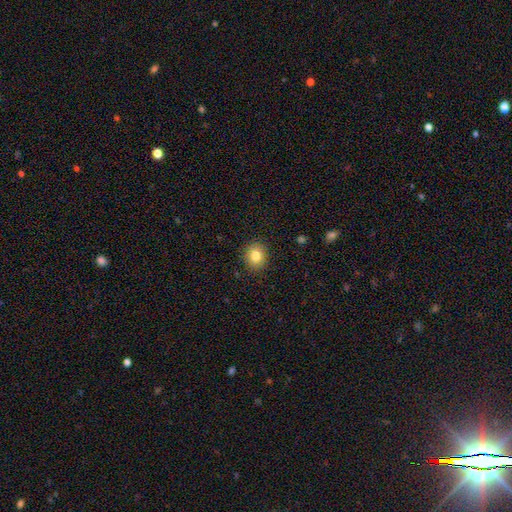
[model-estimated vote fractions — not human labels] smooth-or-featured: smooth: 83% | star or artifact: 10% | featured or disk: 7%
  how-rounded: round: 72% | in between: 27% | cigar-shaped: 1%
  merging: none: 89% | minor disturbance: 8% | major disturbance: 2% | merger: 1%